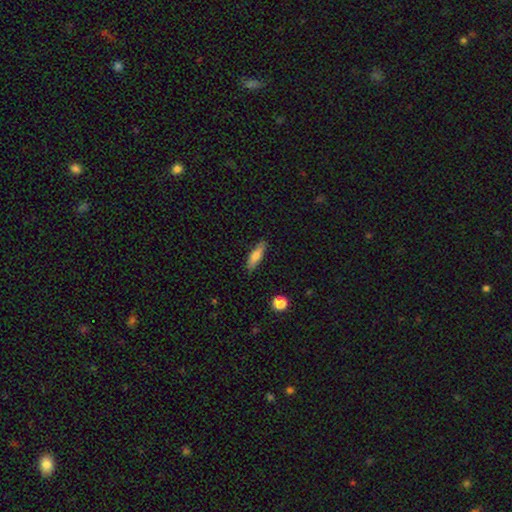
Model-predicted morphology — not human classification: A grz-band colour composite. It shows a smooth galaxy with no disk features (74%) that is cigar-shaped (61%). Merging: none (84%).